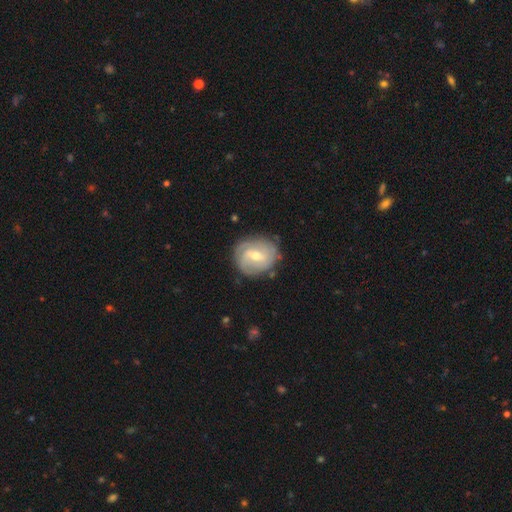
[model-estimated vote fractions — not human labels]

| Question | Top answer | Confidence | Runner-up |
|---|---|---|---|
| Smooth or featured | featured or disk | 76% | smooth (19%) |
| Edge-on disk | no | 97% | yes (3%) |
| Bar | weak | 57% | no (25%) |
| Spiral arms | yes | 90% | no (10%) |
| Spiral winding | tight | 59% | medium (31%) |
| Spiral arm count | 2 | 33% | can't tell (31%) |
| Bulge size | moderate | 57% | small (39%) |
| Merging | none | 77% | minor disturbance (16%) |